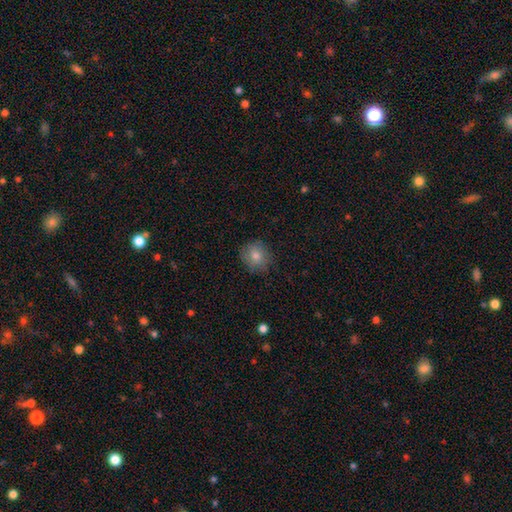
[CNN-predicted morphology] The model was most divided on "smooth or featured": smooth: 77%, star or artifact: 11%, featured or disk: 11%. More confident: how rounded — round (86%); merging — none (85%).